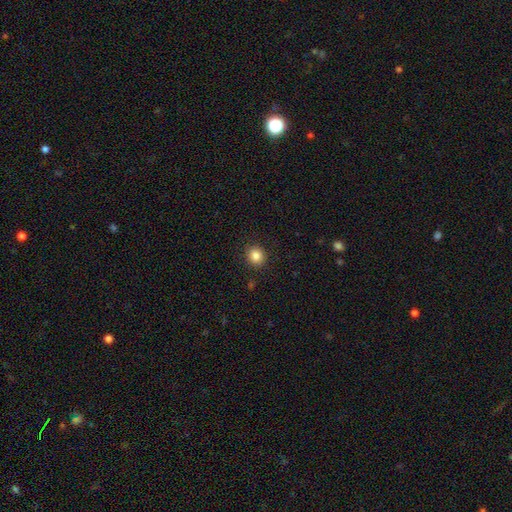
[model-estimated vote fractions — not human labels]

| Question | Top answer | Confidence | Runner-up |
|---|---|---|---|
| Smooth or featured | smooth | 86% | star or artifact (10%) |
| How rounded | round | 80% | in between (19%) |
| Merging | none | 90% | minor disturbance (7%) |